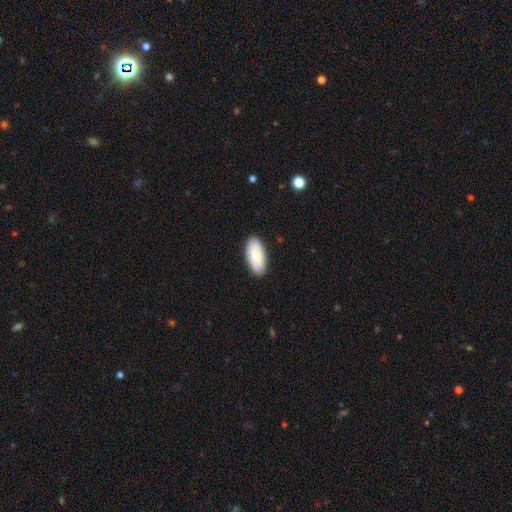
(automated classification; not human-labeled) A smooth galaxy with no disk features (85%) that is in between round and cigar-shaped (91%). Merging: none (88%).